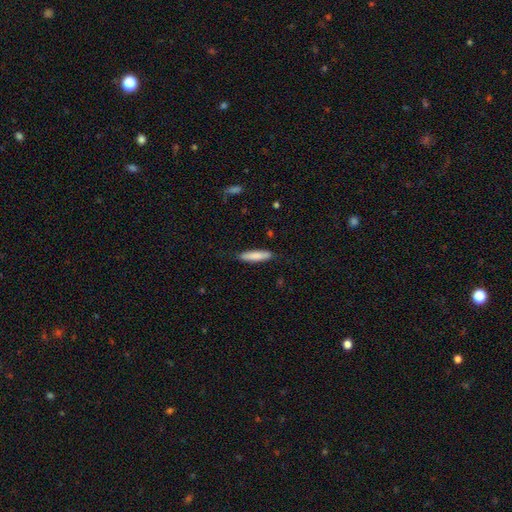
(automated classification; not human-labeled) smooth-or-featured: smooth: 83% | featured or disk: 12% | star or artifact: 5%
  how-rounded: cigar-shaped: 76% | in between: 23% | round: 1%
  merging: none: 83% | minor disturbance: 13% | major disturbance: 3% | merger: 1%